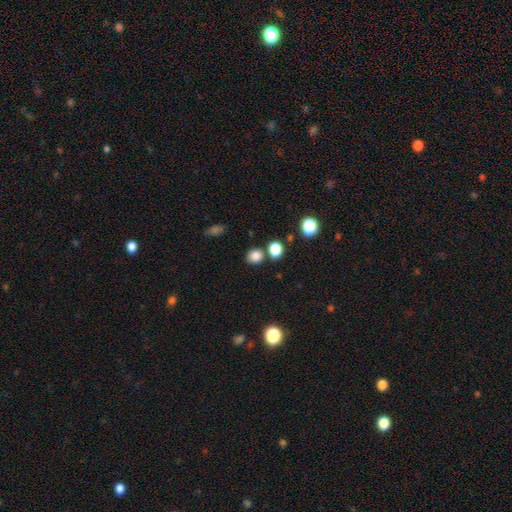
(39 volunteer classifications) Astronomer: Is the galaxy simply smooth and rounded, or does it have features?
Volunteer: smooth — 92%.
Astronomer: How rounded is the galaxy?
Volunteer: round — 72%.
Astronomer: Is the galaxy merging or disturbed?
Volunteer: none — 86%.